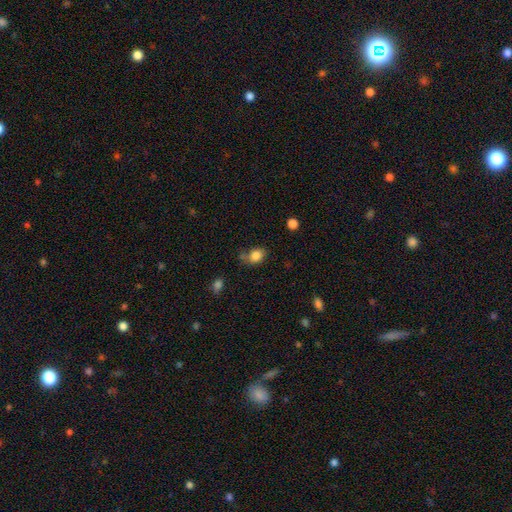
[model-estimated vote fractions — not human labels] This is clearly a smooth galaxy (83%). How rounded: likely in between (61%). Merging: likely none (60%).